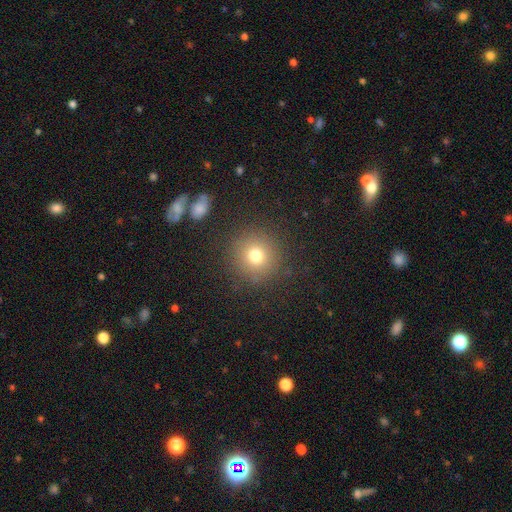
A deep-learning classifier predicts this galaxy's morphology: This is likely a smooth galaxy (73%). How rounded: clearly round (94%). Merging: clearly none (88%).